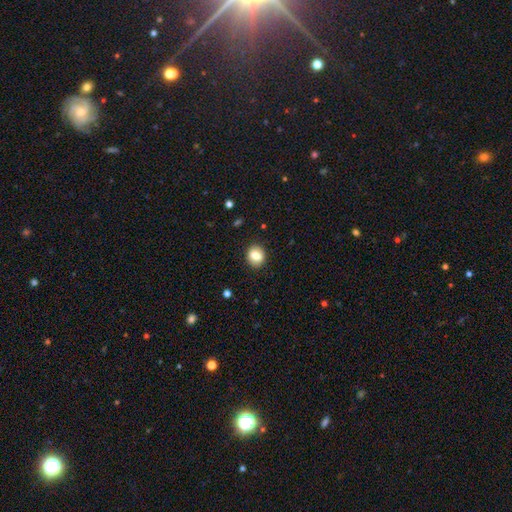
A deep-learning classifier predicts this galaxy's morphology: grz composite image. It shows a smooth galaxy with no disk features (81%) that is round (65%). Merging: none (88%).